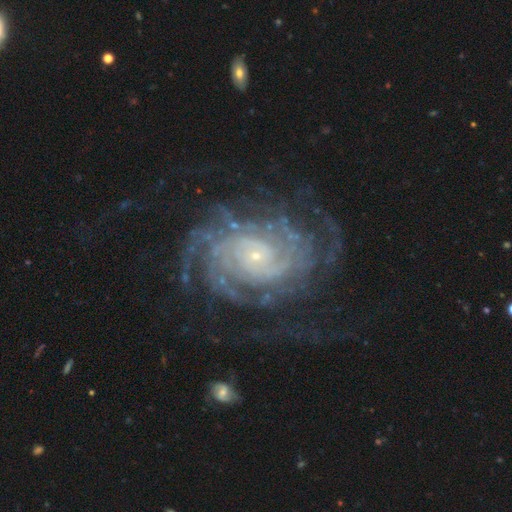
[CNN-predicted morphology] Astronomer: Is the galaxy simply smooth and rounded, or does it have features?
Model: featured or disk — 91%.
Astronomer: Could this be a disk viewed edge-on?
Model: no — 97%.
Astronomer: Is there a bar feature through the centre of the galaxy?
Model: no — 74%.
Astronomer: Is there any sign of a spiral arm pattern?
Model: yes — 98%.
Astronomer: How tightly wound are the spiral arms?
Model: tight — 75%.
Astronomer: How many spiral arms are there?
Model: more than 4 — 24% (runner-up: can't tell, 22%).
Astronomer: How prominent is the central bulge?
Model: small — 84%.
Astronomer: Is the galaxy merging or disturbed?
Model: none — 70%.